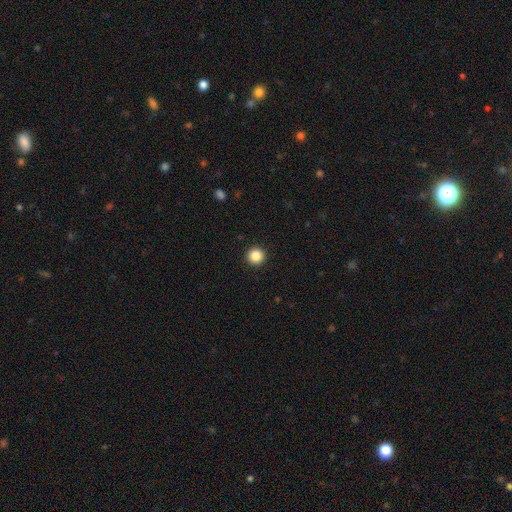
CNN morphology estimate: Smooth or featured? smooth (87%)
How rounded? round (96%)
Merging? none (93%)